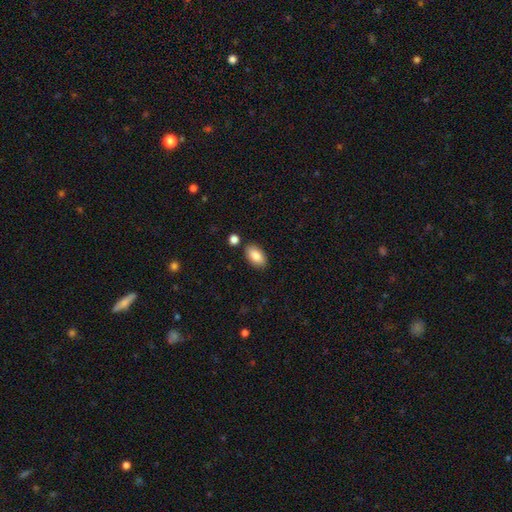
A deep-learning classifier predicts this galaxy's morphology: A smooth galaxy with no disk features (86%) that is in between round and cigar-shaped (93%). Merging: none (84%).